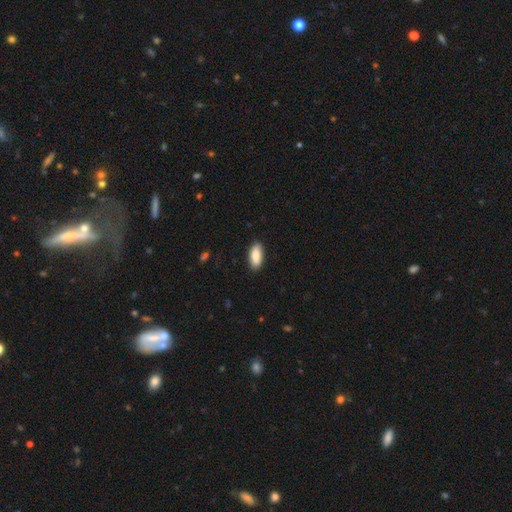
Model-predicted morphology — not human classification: Smooth or featured? smooth (89%)
How rounded? in between (86%)
Merging? none (88%)